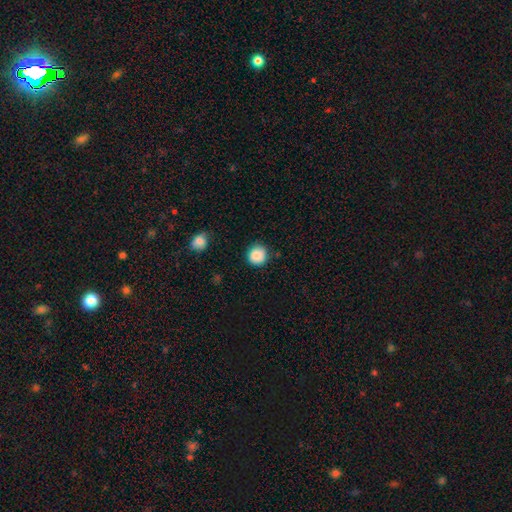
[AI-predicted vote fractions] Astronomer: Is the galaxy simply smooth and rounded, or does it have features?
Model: smooth — 86%.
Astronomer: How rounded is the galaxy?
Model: round — 92%.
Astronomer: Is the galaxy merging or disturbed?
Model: none — 85%.